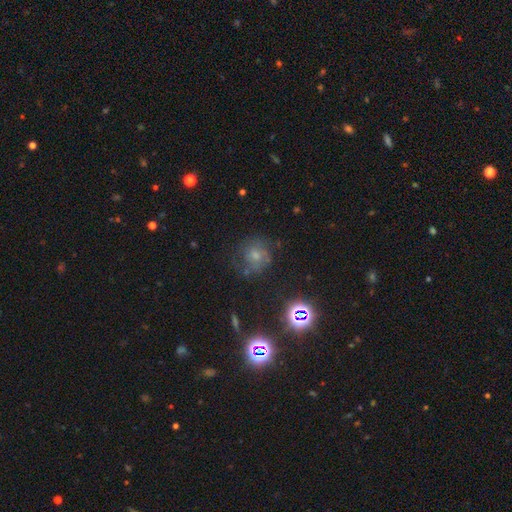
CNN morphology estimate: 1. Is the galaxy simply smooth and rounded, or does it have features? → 46% smooth, 31% featured or disk, 23% star or artifact.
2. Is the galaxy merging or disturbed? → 61% none, 21% minor disturbance, 14% major disturbance, 3% merger.